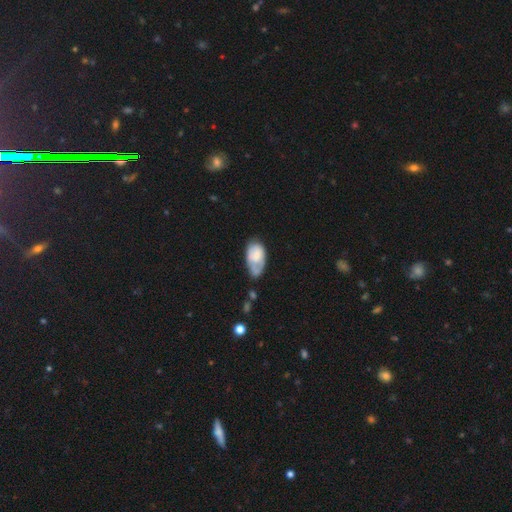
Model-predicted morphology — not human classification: smooth 64%, featured or disk 29%, star or artifact 7%. Down the decision tree: how rounded — in between (93%); merging — minor disturbance (37%).